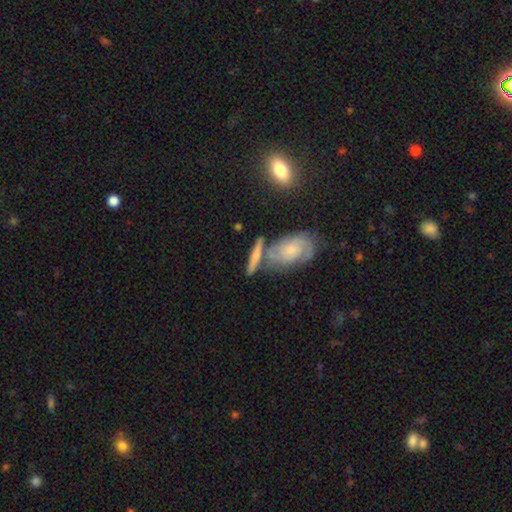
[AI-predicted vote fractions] Smooth or featured: featured or disk — 48% (smooth — 44%)
Merging: none — 51% (merger — 30%)